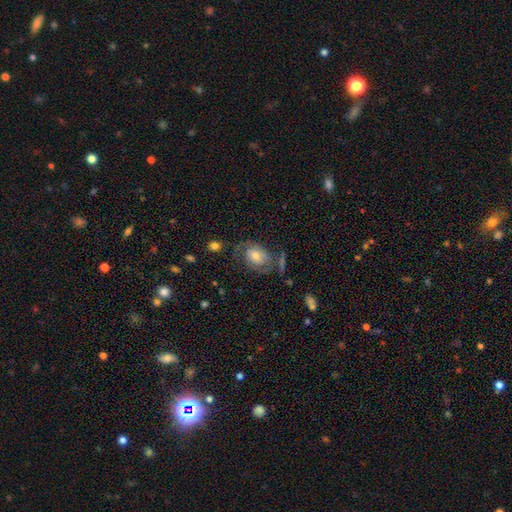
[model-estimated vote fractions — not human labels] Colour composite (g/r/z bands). It shows a featured or disk galaxy (62%) with no bar (65%), spiral arms (83%) and a moderate central bulge (58%). Merging: none (57%).